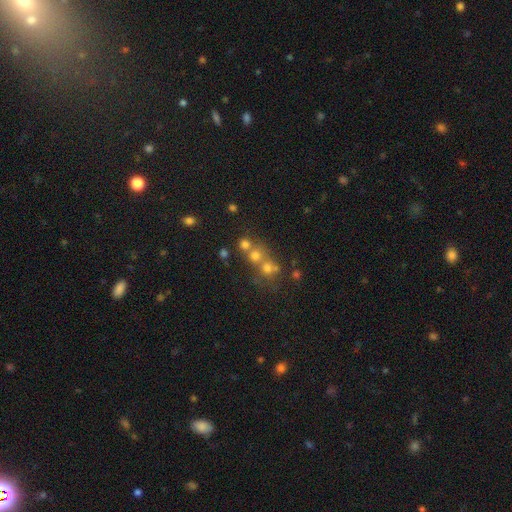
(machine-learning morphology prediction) This is possibly a smooth galaxy (54%). How rounded: clearly round (83%). Merging: possibly merger (48%).